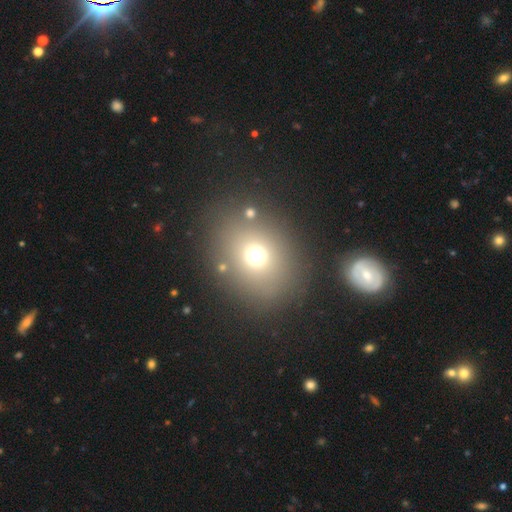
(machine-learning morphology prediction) The model was most divided on "how rounded": round: 66%, in between: 33%, cigar-shaped: 1%. More confident: merging — none (80%); smooth or featured — smooth (68%).